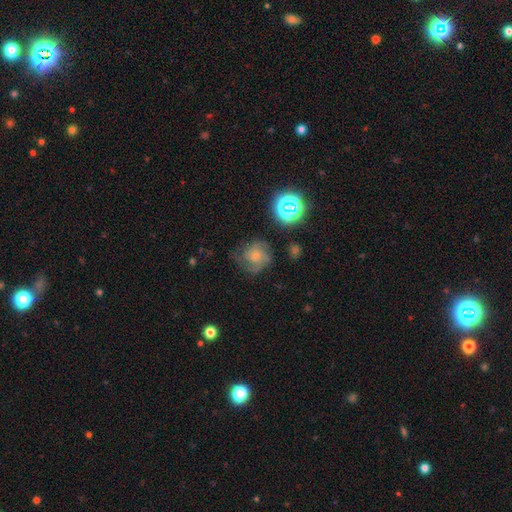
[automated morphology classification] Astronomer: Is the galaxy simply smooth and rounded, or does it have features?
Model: featured or disk — 57%.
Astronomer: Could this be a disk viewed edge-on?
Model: no — 97%.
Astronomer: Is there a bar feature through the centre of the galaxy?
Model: no — 76%.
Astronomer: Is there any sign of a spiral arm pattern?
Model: yes — 88%.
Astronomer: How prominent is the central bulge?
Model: moderate — 39% (runner-up: small, 38%).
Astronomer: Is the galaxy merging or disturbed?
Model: none — 59%.